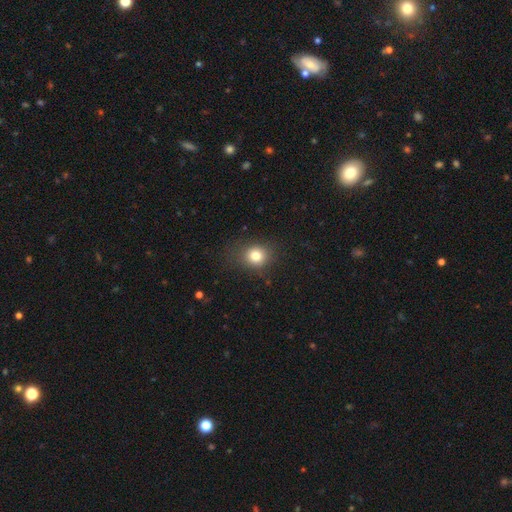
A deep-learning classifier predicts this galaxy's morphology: Q: Smooth or featured?
A: smooth (79%); runner-up: star or artifact (13%)
Q: How rounded?
A: round (76%); runner-up: in between (23%)
Q: Merging?
A: none (80%); runner-up: minor disturbance (13%)